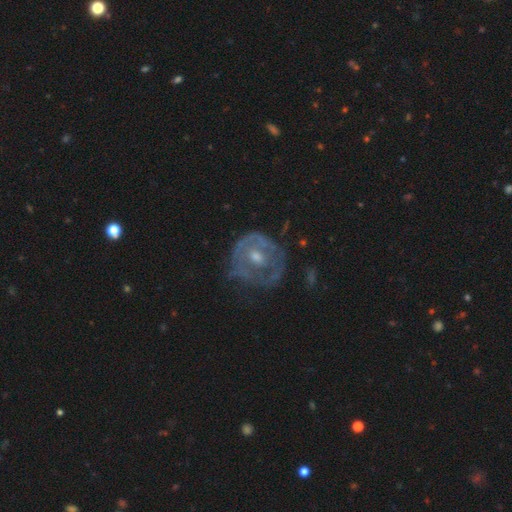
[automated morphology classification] Q: Smooth or featured?
A: featured or disk (69%); runner-up: smooth (23%)
Q: Edge-on disk?
A: no (96%); runner-up: yes (4%)
Q: Bar?
A: no (72%); runner-up: weak (23%)
Q: Spiral arms?
A: no (56%); runner-up: yes (44%)
Q: Bulge size?
A: moderate (65%); runner-up: small (27%)
Q: Merging?
A: none (57%); runner-up: minor disturbance (23%)